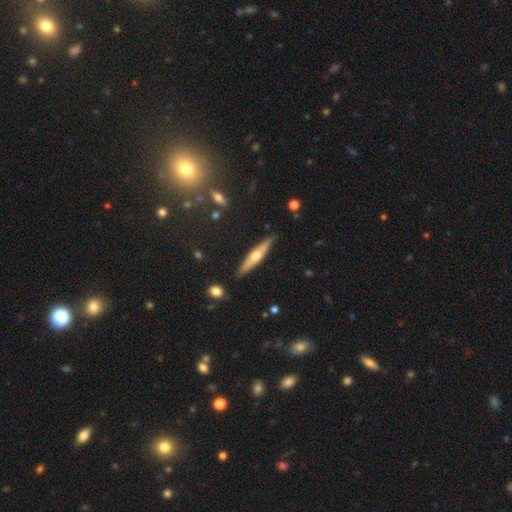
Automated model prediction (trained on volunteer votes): Overall: featured or disk (60%; smooth 34%). Edge-on disk: yes (95%). Edge-on bulge: rounded (87%). Merging: none (88%).